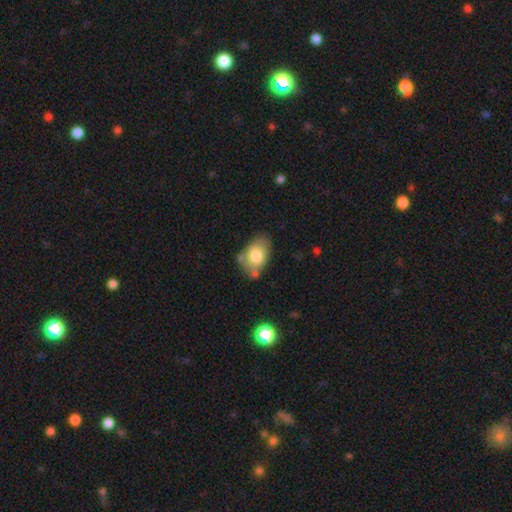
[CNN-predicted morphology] A smooth galaxy with no disk features (77%) that is in between round and cigar-shaped (84%).

Vote fractions:
- Smooth or featured? smooth: 77% / featured or disk: 16% / star or artifact: 7%
- How rounded? in between: 84% / round: 15% / cigar-shaped: 1%
- Merging? none: 57% / minor disturbance: 26% / merger: 9% / major disturbance: 7%